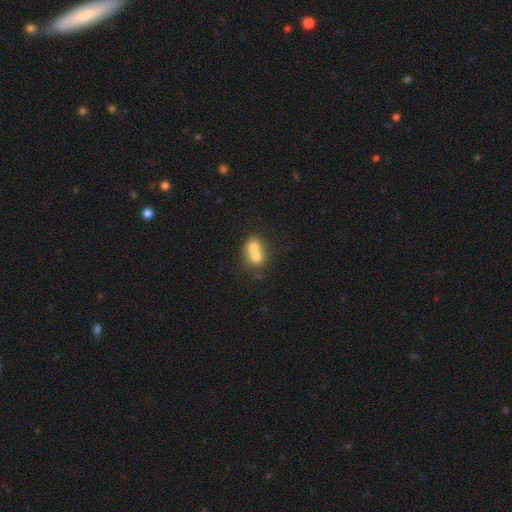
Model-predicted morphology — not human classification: A smooth galaxy with no disk features (68%) that is round (60%).

Vote fractions:
- Smooth or featured? smooth: 68% / featured or disk: 22% / star or artifact: 10%
- How rounded? round: 60% / in between: 39% / cigar-shaped: 1%
- Merging? merger: 72% / none: 20% / minor disturbance: 5% / major disturbance: 3%